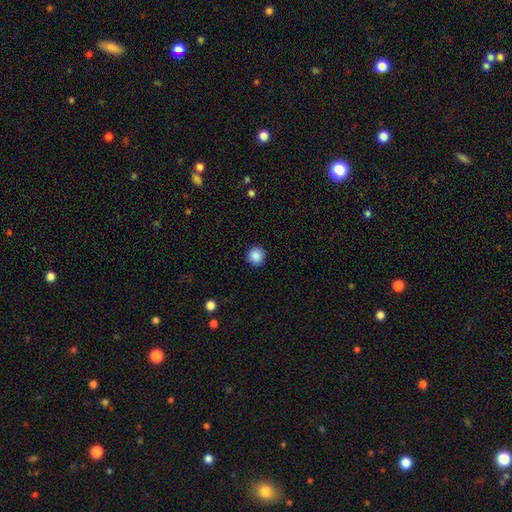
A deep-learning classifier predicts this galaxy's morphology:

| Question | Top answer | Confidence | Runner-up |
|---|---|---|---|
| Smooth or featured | smooth | 88% | star or artifact (9%) |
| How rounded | round | 94% | in between (5%) |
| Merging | none | 91% | minor disturbance (6%) |